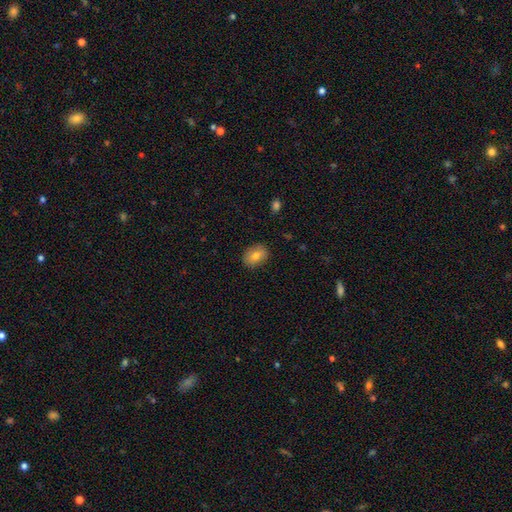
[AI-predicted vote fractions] smooth-or-featured: smooth: 75% | featured or disk: 17% | star or artifact: 9%
  how-rounded: in between: 65% | round: 34% | cigar-shaped: 1%
  merging: none: 85% | minor disturbance: 11% | major disturbance: 2% | merger: 1%